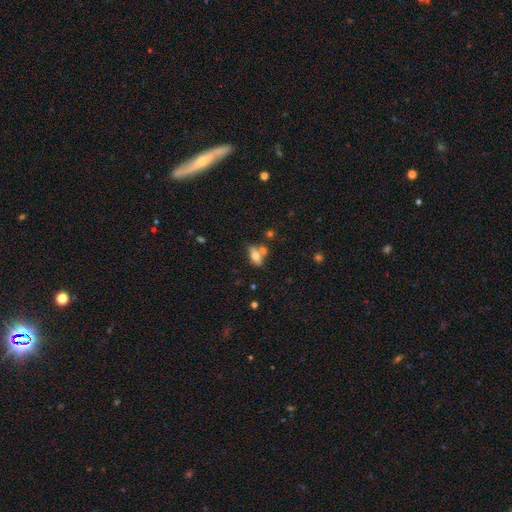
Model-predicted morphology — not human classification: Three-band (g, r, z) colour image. It shows a smooth galaxy with no disk features (66%) that is in between round and cigar-shaped (79%). Merging: none (46%).